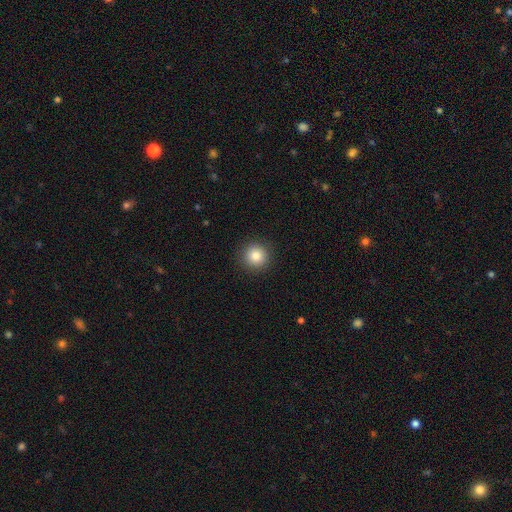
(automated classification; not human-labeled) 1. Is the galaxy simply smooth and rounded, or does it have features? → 84% smooth, 10% star or artifact, 6% featured or disk.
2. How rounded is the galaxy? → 94% round, 5% in between, 1% cigar-shaped.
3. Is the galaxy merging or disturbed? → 91% none, 5% minor disturbance, 2% major disturbance, 1% merger.